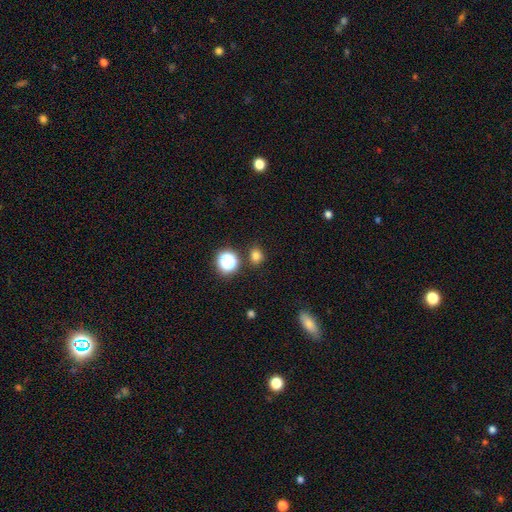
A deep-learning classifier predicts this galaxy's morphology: type=smooth (76%); roundness=round (74%); merging=none (84%).